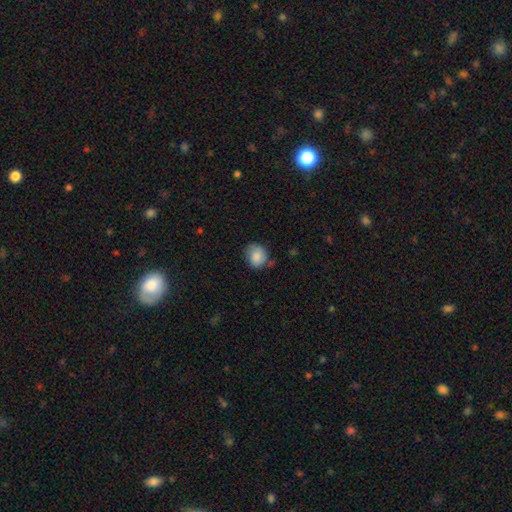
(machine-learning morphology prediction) smooth_or_featured: smooth (p=0.85) [alt: featured or disk p=0.08]
how_rounded: round (p=0.71) [alt: in between p=0.28]
merging: none (p=0.66) [alt: minor disturbance p=0.25]